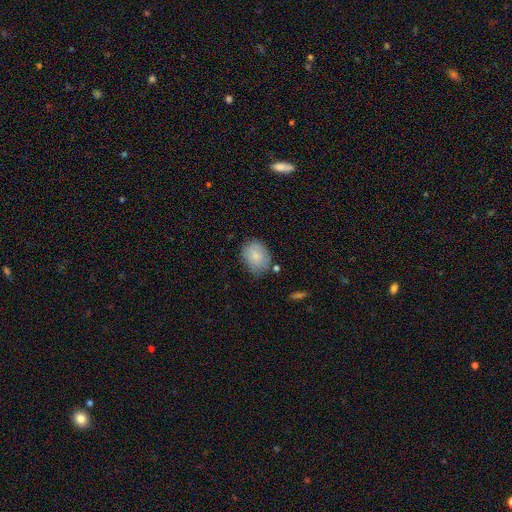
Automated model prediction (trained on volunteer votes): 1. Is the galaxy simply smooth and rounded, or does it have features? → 81% smooth, 12% featured or disk, 7% star or artifact.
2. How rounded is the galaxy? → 60% in between, 39% round, 1% cigar-shaped.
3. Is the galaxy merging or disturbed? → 68% none, 23% minor disturbance, 5% major disturbance, 4% merger.